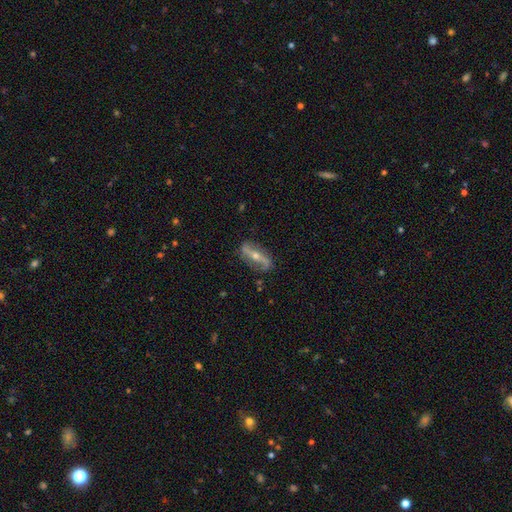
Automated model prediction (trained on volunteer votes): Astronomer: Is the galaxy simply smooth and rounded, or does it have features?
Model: featured or disk — 81%.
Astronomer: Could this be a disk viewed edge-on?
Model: no — 81%.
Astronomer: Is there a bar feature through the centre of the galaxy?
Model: strong — 52%.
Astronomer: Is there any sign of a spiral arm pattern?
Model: yes — 85%.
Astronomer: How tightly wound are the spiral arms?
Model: loose — 63%.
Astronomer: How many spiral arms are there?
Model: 2 — 91%.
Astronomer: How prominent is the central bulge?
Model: moderate — 54% (runner-up: small, 42%).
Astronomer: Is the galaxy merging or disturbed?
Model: none — 82%.